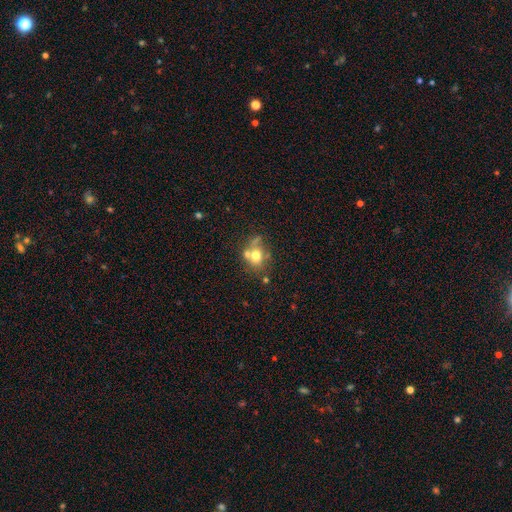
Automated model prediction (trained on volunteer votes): The model was most divided on "merging": none: 46%, merger: 33%, minor disturbance: 15%, major disturbance: 7%. More confident: smooth or featured — smooth (65%); how rounded — round (63%).